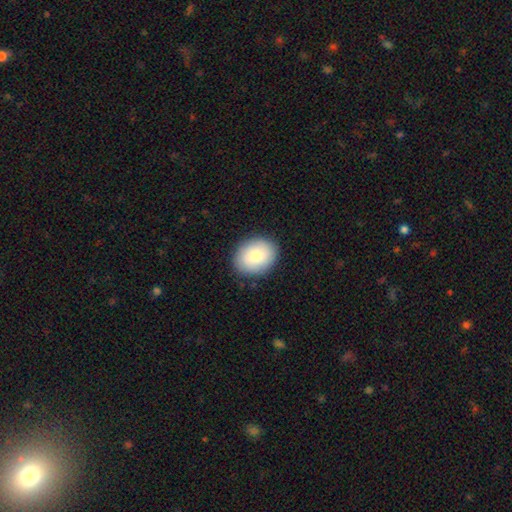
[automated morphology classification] This is clearly a smooth galaxy (83%). How rounded: possibly in between (57%). Merging: clearly none (87%).